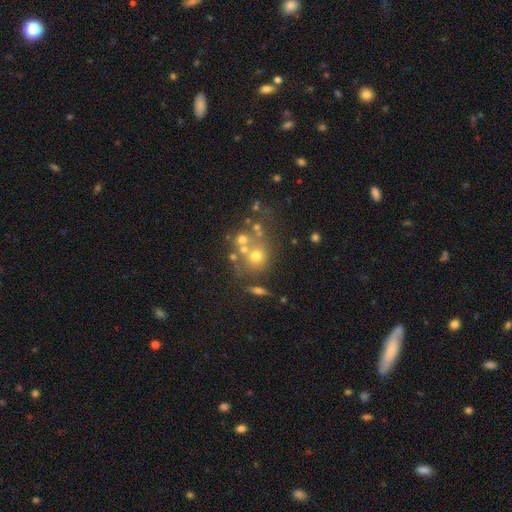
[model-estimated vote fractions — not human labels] Smooth or featured? Predicted: smooth (p=0.51). How rounded? Predicted: round (p=0.79). Merging? Predicted: none (p=0.48).